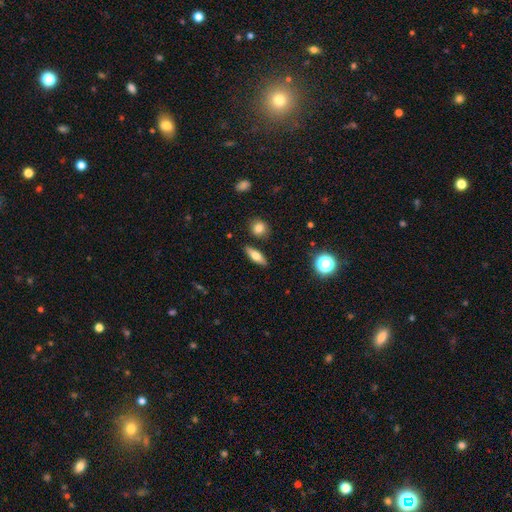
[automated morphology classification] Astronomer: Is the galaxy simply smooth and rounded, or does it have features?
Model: smooth — 59%.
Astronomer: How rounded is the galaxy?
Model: in between — 57% (runner-up: cigar-shaped, 38%).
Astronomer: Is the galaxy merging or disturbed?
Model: none — 85%.